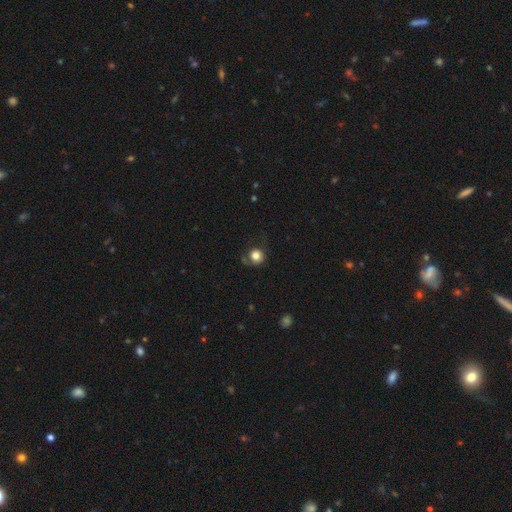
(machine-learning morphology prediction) Smooth or featured: smooth — 78% (featured or disk — 13%)
How rounded: round — 87% (in between — 12%)
Merging: none — 54% (minor disturbance — 23%)